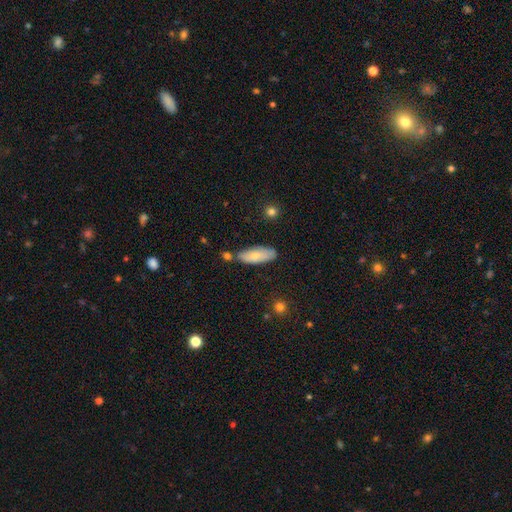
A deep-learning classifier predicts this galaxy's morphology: Q: Smooth or featured?
A: smooth (71%); runner-up: featured or disk (22%)
Q: How rounded?
A: in between (73%); runner-up: cigar-shaped (25%)
Q: Merging?
A: none (70%); runner-up: minor disturbance (19%)